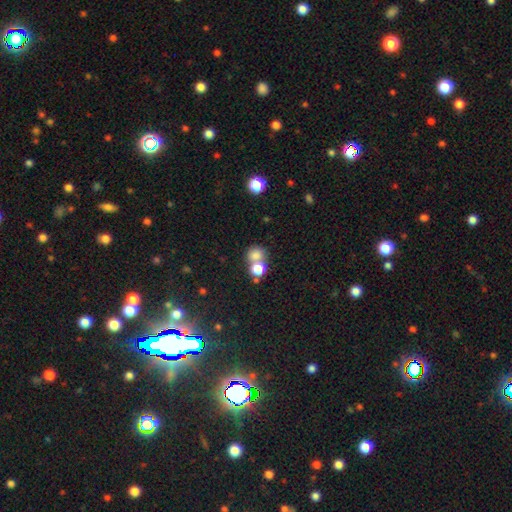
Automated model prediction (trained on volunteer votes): Q: Smooth or featured?
A: smooth (77%); runner-up: star or artifact (14%)
Q: How rounded?
A: round (75%); runner-up: in between (24%)
Q: Merging?
A: merger (46%); runner-up: none (42%)